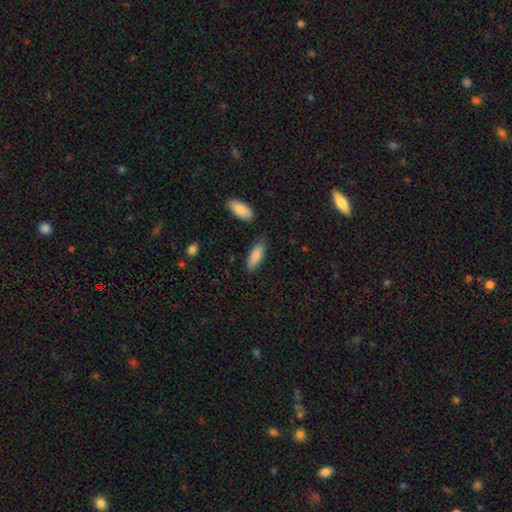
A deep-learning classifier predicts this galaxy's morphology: Q: Smooth or featured?
A: smooth (86%); runner-up: featured or disk (8%)
Q: How rounded?
A: in between (69%); runner-up: cigar-shaped (30%)
Q: Merging?
A: none (74%); runner-up: minor disturbance (18%)